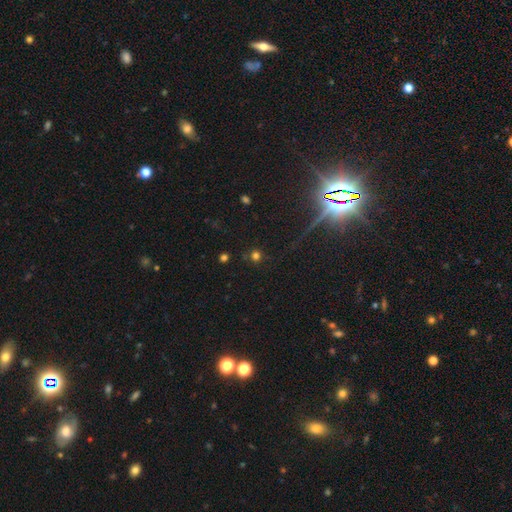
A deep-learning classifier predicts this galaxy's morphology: This appears to be a smooth galaxy with no disk features (64%) that is round (92%). Merging: none (84%).